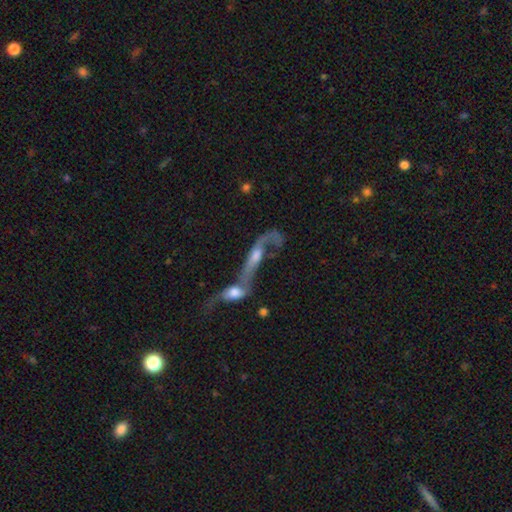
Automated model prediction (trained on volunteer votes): Q: Smooth or featured?
A: featured or disk (67%); runner-up: smooth (19%)
Q: Edge-on disk?
A: no (67%); runner-up: yes (33%)
Q: Merging?
A: merger (70%); runner-up: none (13%)